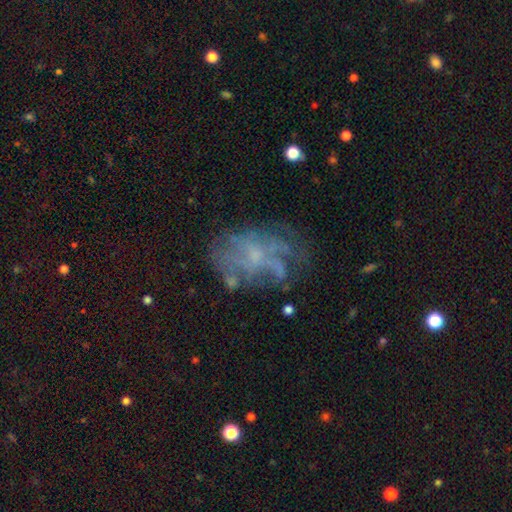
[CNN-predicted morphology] A featured or disk galaxy (63%) with no bar (77%), no spiral arms (50%, tied with yes) and a small central bulge (44%). Merging: none (51%).